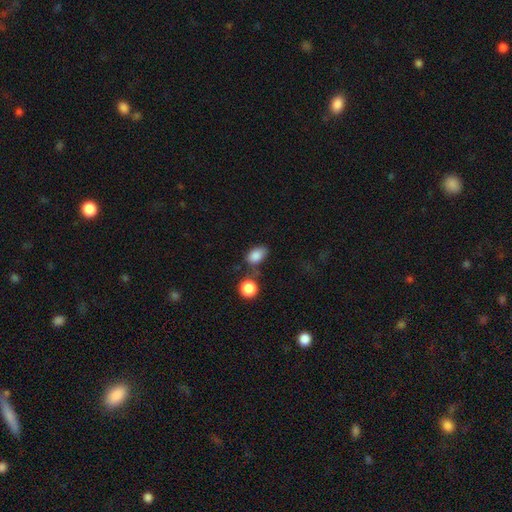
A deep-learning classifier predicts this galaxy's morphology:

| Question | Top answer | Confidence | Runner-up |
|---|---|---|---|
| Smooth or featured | smooth | 85% | star or artifact (9%) |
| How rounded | in between | 83% | round (15%) |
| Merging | none | 56% | minor disturbance (22%) |